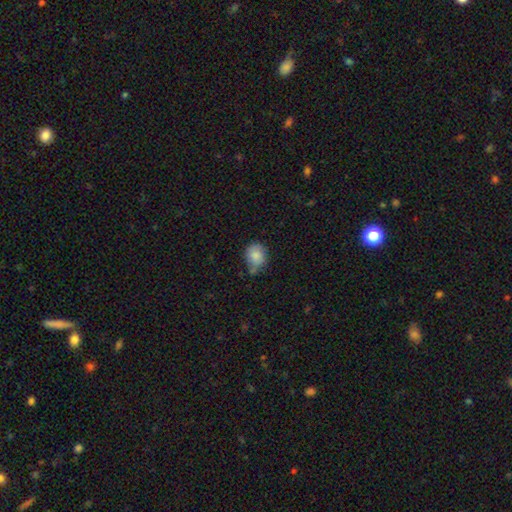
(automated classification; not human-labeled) A smooth galaxy with no disk features (83%) that is round (65%).

Vote fractions:
- Smooth or featured? smooth: 83% / featured or disk: 9% / star or artifact: 8%
- How rounded? round: 65% / in between: 34% / cigar-shaped: 1%
- Merging? none: 57% / minor disturbance: 29% / merger: 8% / major disturbance: 6%